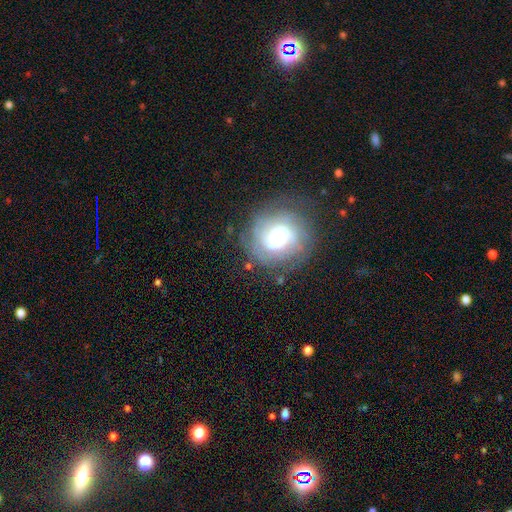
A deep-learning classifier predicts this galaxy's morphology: Smooth or featured: featured or disk — 57% (smooth — 26%)
Edge-on disk: no — 96% (yes — 4%)
Bar: no — 54% (weak — 36%)
Spiral arms: yes — 85% (no — 15%)
Bulge size: moderate — 46% (large — 33%)
Merging: none — 79% (minor disturbance — 13%)